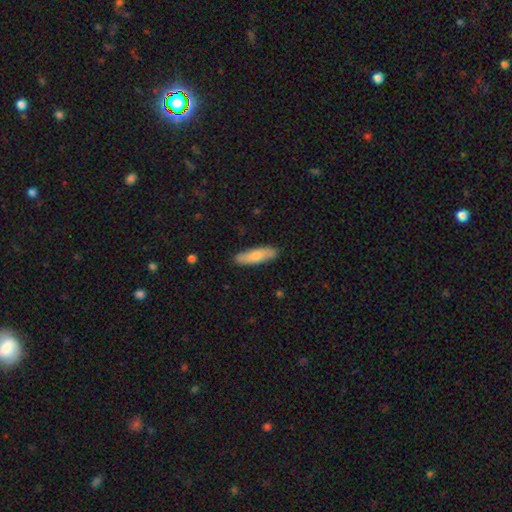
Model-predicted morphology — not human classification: A smooth galaxy with no disk features (75%) that is cigar-shaped (52%).

Vote fractions:
- Smooth or featured? smooth: 75% / featured or disk: 20% / star or artifact: 5%
- How rounded? cigar-shaped: 52% / in between: 46% / round: 2%
- Merging? none: 87% / minor disturbance: 10% / major disturbance: 2% / merger: 1%